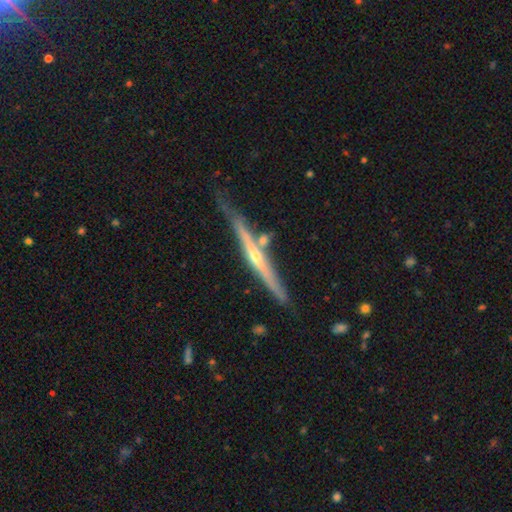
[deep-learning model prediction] Morphology: type=featured or disk (80%); edge-on=yes (97%); edge-on bulge=rounded (76%); merging=none (76%).